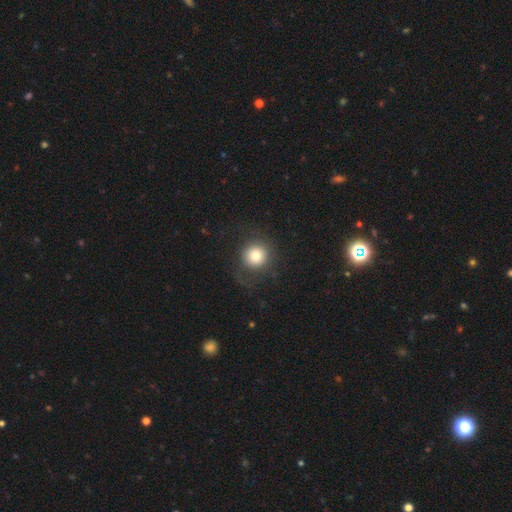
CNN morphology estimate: A smooth galaxy with no disk features (77%) that is round (93%).

Vote fractions:
- Smooth or featured? smooth: 77% / star or artifact: 11% / featured or disk: 11%
- How rounded? round: 93% / in between: 6% / cigar-shaped: 1%
- Merging? none: 77% / minor disturbance: 12% / major disturbance: 9% / merger: 1%